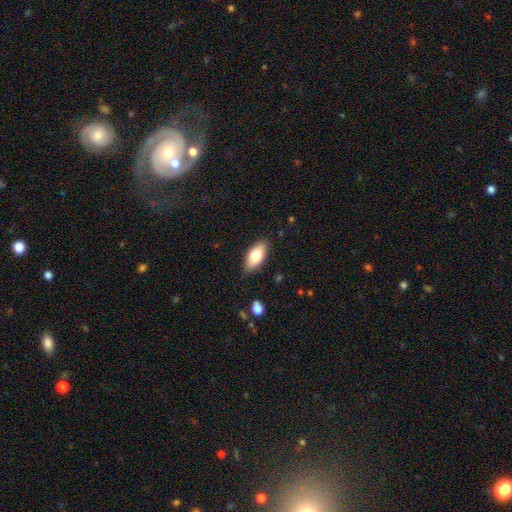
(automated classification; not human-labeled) This appears to be a smooth galaxy with no disk features (78%) that is in between round and cigar-shaped (88%). Merging: none (85%).